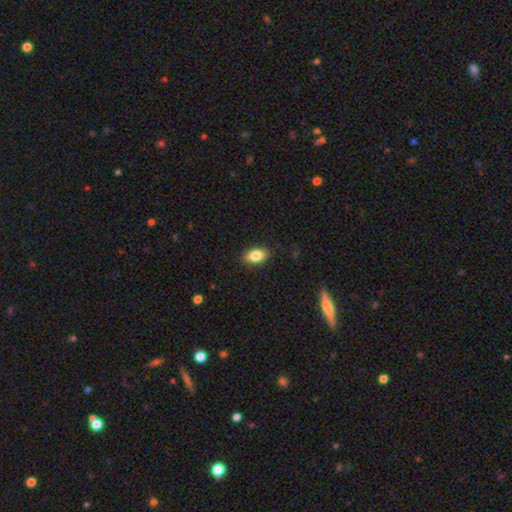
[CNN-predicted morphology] Smooth or featured: smooth — 82% (featured or disk — 10%)
How rounded: in between — 87% (round — 9%)
Merging: none — 87% (minor disturbance — 10%)